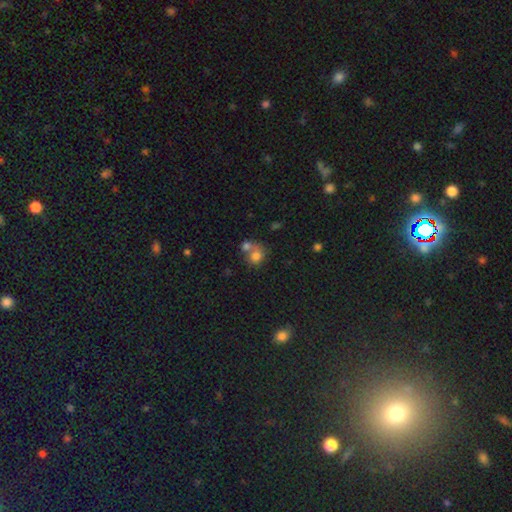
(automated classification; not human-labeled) smooth-or-featured: smooth: 75% | featured or disk: 14% | star or artifact: 11%
  how-rounded: round: 69% | in between: 30% | cigar-shaped: 1%
  merging: merger: 56% | none: 29% | minor disturbance: 9% | major disturbance: 6%